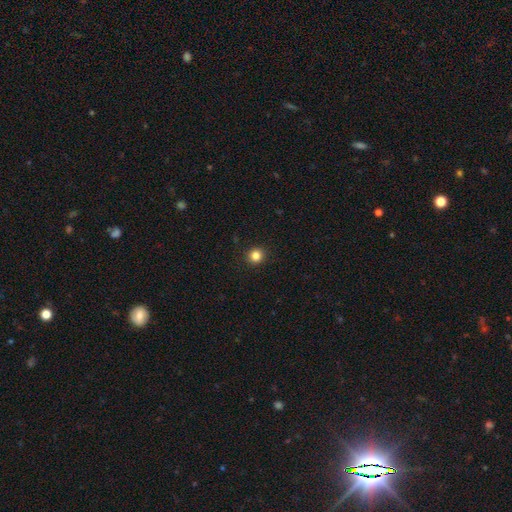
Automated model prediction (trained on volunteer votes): This is clearly a smooth galaxy (84%). How rounded: clearly round (93%). Merging: clearly none (93%).